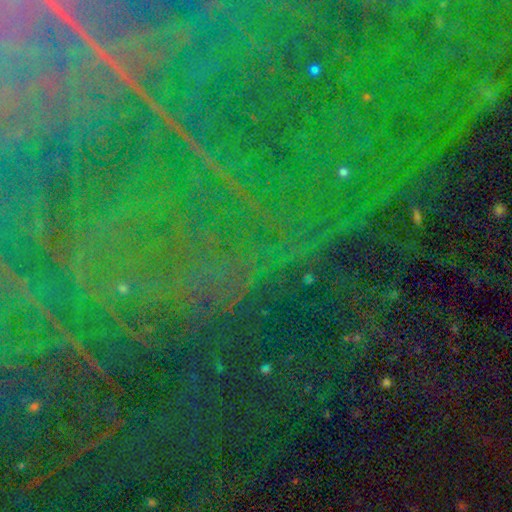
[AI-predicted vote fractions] smooth_or_featured: star or artifact (p=0.86) [alt: featured or disk p=0.08]